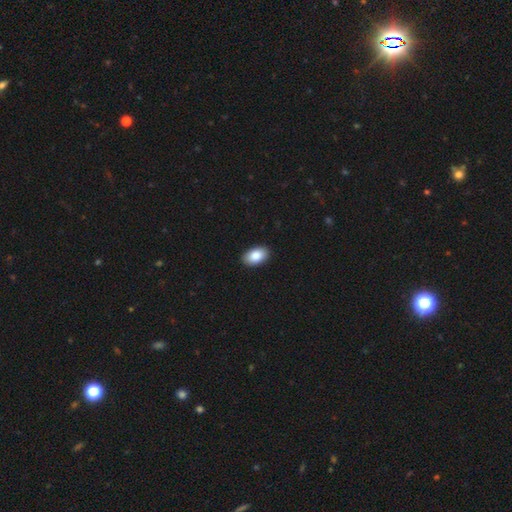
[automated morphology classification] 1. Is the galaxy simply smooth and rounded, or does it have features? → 88% smooth, 7% star or artifact, 6% featured or disk.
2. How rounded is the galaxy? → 93% in between, 5% round, 1% cigar-shaped.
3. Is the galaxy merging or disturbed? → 90% none, 7% minor disturbance, 2% major disturbance, 1% merger.